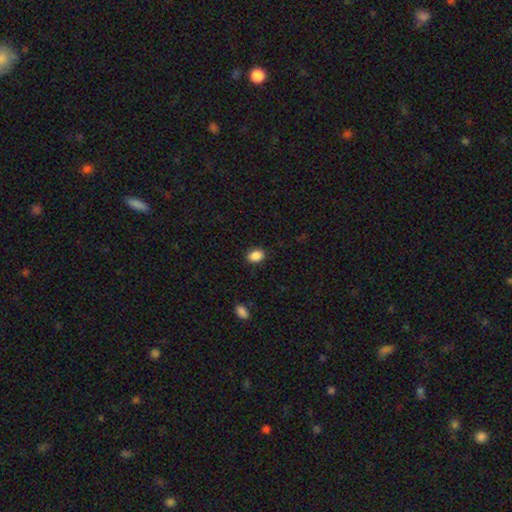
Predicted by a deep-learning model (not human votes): Smooth or featured? smooth (88%)
How rounded? in between (73%)
Merging? none (88%)